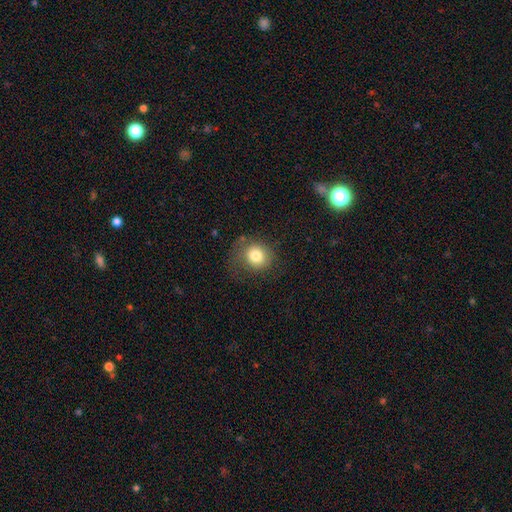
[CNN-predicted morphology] Smooth or featured? smooth (79%)
How rounded? round (84%)
Merging? none (66%)